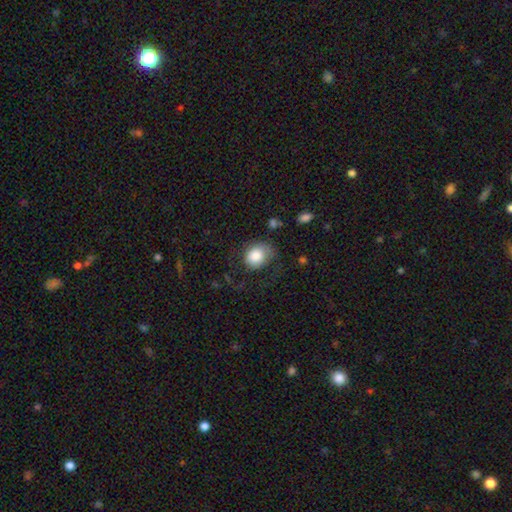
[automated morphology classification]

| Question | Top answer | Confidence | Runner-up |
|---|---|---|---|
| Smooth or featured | smooth | 82% | featured or disk (10%) |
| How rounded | round | 56% | in between (43%) |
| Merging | none | 49% | minor disturbance (26%) |